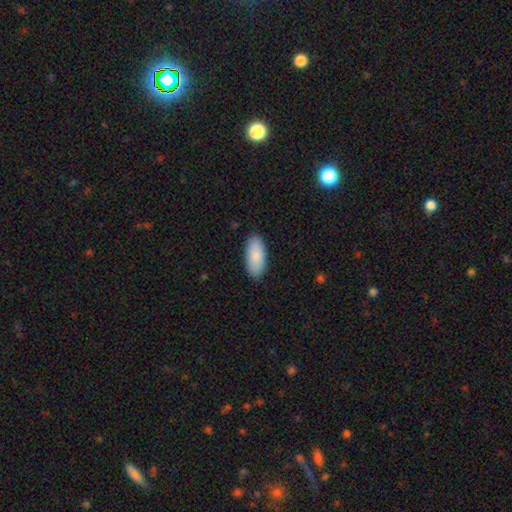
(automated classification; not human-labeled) Q: Smooth or featured?
A: smooth (87%); runner-up: featured or disk (7%)
Q: How rounded?
A: in between (91%); runner-up: cigar-shaped (7%)
Q: Merging?
A: none (88%); runner-up: minor disturbance (9%)